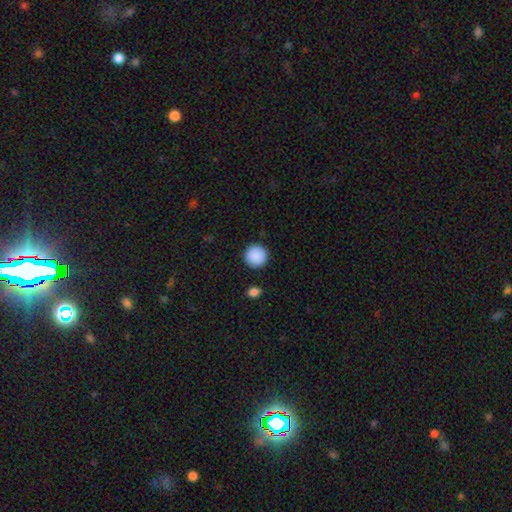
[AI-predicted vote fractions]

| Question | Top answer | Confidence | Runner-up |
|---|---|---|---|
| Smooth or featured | smooth | 90% | star or artifact (7%) |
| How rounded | round | 95% | in between (4%) |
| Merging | none | 92% | minor disturbance (5%) |